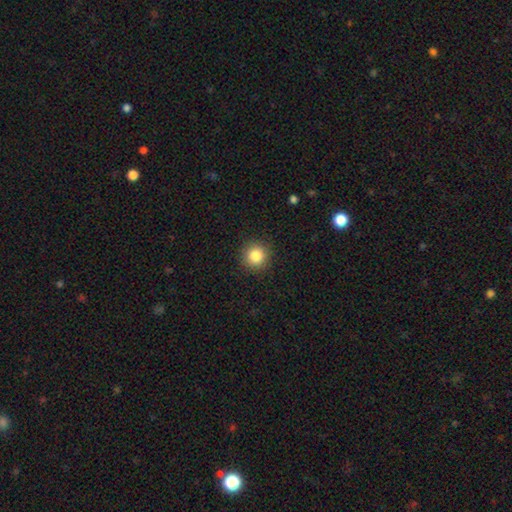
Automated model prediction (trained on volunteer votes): Morphology: type=smooth (84%); roundness=round (94%); merging=none (91%).